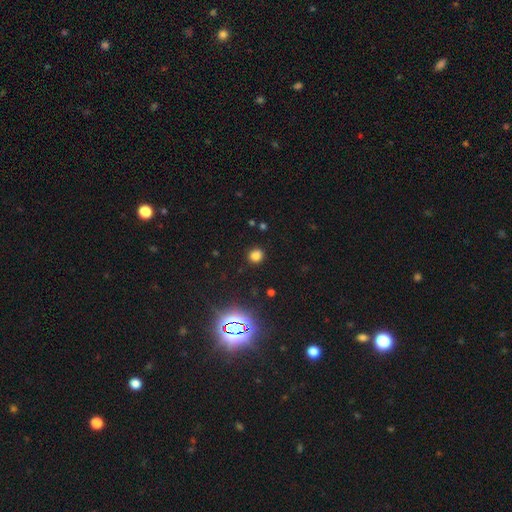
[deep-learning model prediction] A smooth galaxy with no disk features (75%) that is round (84%).

Vote fractions:
- Smooth or featured? smooth: 75% / star or artifact: 20% / featured or disk: 5%
- How rounded? round: 84% / in between: 15% / cigar-shaped: 1%
- Merging? none: 89% / minor disturbance: 7% / major disturbance: 3% / merger: 2%